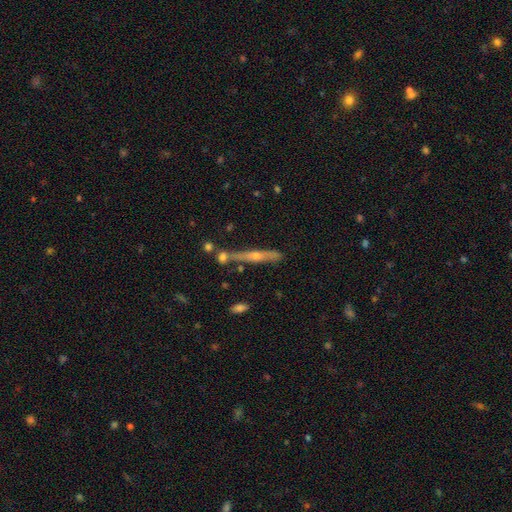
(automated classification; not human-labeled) Smooth or featured? featured or disk (68%)
Edge-on disk? yes (94%)
Edge-on bulge? rounded (81%)
Merging? none (73%)